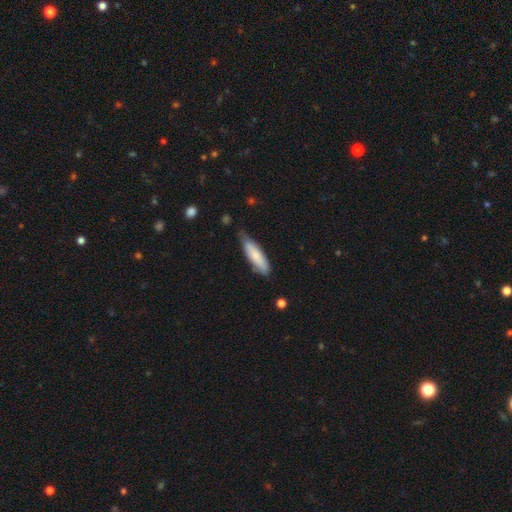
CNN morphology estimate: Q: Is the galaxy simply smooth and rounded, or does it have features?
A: smooth — 77%.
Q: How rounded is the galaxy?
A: cigar-shaped — 63%.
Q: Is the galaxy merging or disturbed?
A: none — 64%.